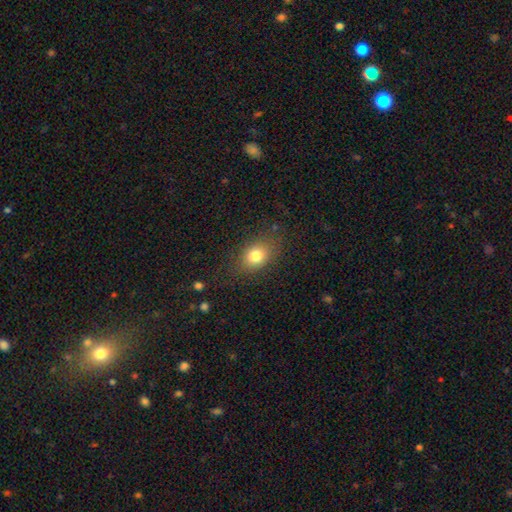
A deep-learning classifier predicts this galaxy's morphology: A smooth galaxy with no disk features (79%) that is in between round and cigar-shaped (65%).

Vote fractions:
- Smooth or featured? smooth: 79% / star or artifact: 11% / featured or disk: 10%
- How rounded? in between: 65% / round: 33% / cigar-shaped: 2%
- Merging? none: 78% / minor disturbance: 14% / major disturbance: 6% / merger: 1%